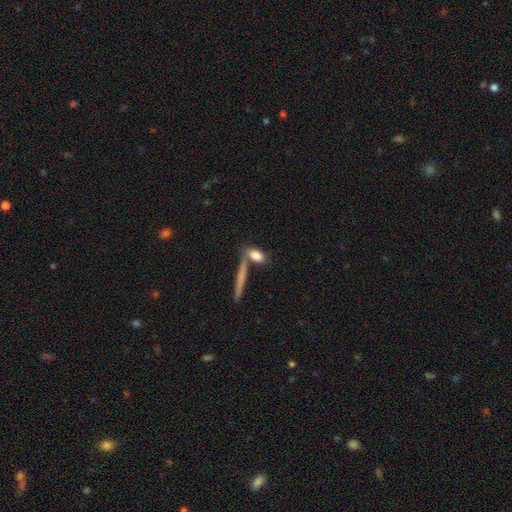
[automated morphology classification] Smooth or featured? smooth (78%)
How rounded? in between (65%)
Merging? none (57%)